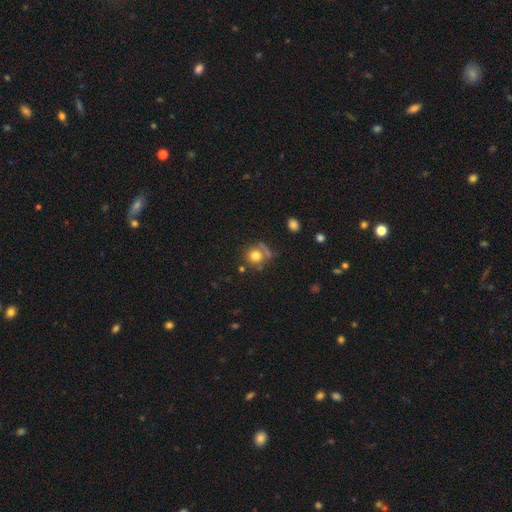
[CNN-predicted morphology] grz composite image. It shows a smooth galaxy with no disk features (76%) that is round (88%). Merging: none (58%).